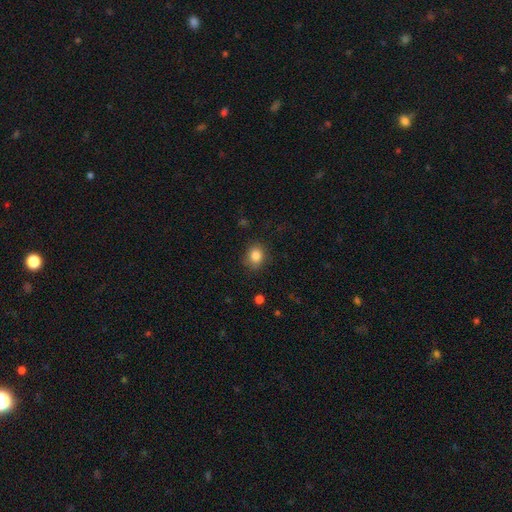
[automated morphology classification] Overall: smooth (85%). How rounded: round (68%; in between 31%). Merging: none (84%).